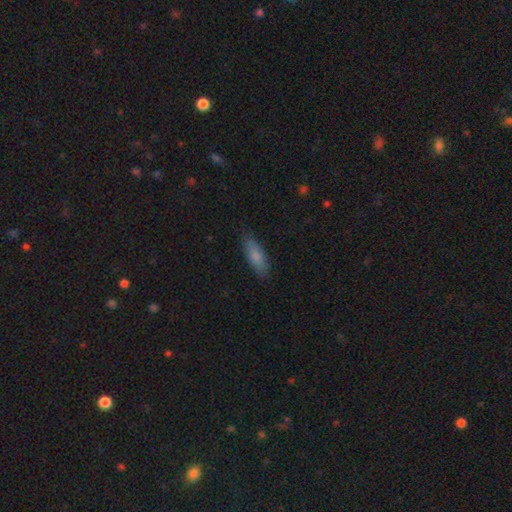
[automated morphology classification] smooth-or-featured: smooth: 80% | featured or disk: 14% | star or artifact: 6%
  how-rounded: in between: 59% | cigar-shaped: 39% | round: 2%
  merging: none: 84% | minor disturbance: 13% | major disturbance: 2% | merger: 1%